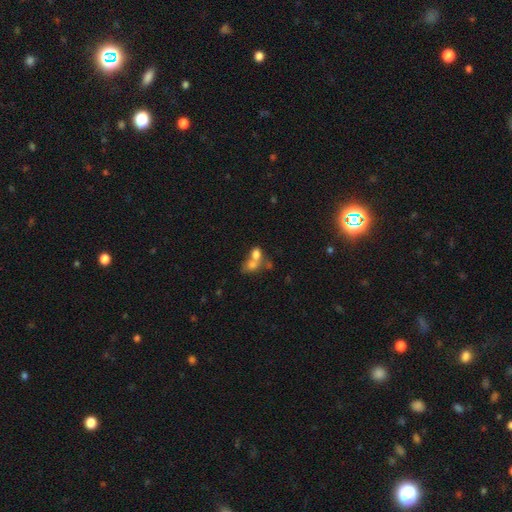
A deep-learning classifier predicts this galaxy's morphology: smooth_or_featured: smooth (p=0.70) [alt: featured or disk p=0.18]
how_rounded: in between (p=0.54) [alt: round p=0.44]
merging: merger (p=0.67) [alt: none p=0.21]